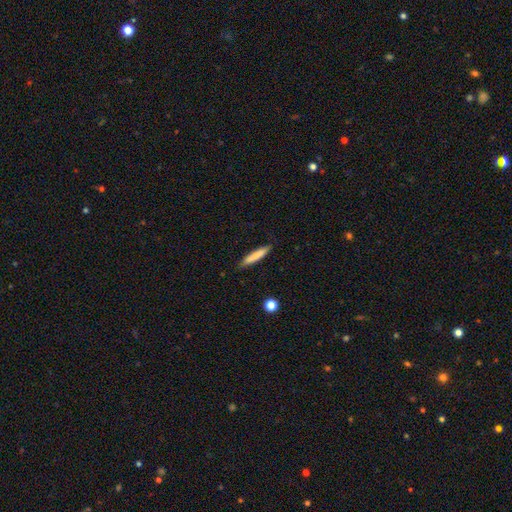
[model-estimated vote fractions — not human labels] This appears to be a smooth galaxy with no disk features (79%) that is cigar-shaped (92%). Merging: none (86%).